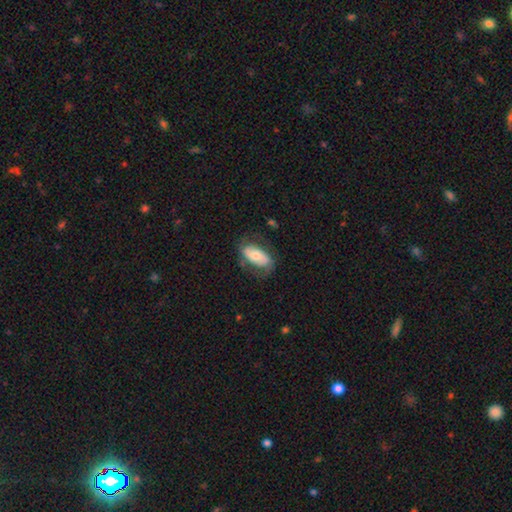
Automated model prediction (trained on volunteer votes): Morphology: type=smooth (55%); roundness=in between (90%); merging=none (64%).